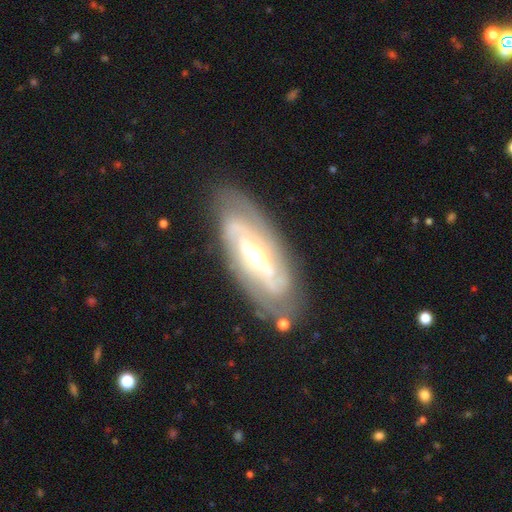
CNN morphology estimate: This appears to be a featured or disk galaxy (81%) with a strong bar (42%), 2 (51%) tight (53%) spiral arms (85%) and a moderate central bulge (67%). Merging: none (78%).